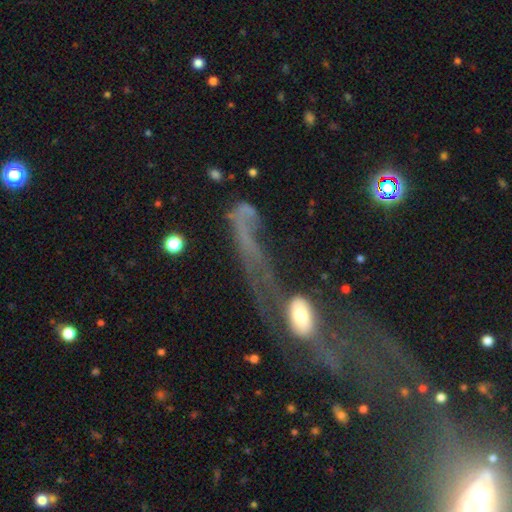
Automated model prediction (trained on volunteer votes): Morphology: type=featured or disk (48%); merging=major disturbance (48%).